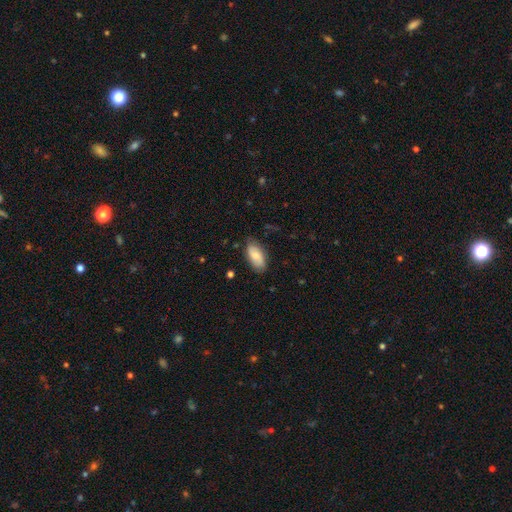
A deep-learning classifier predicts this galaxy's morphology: smooth-or-featured: smooth: 71% | featured or disk: 23% | star or artifact: 6%
  how-rounded: in between: 92% | cigar-shaped: 5% | round: 3%
  merging: none: 76% | minor disturbance: 19% | major disturbance: 4% | merger: 1%